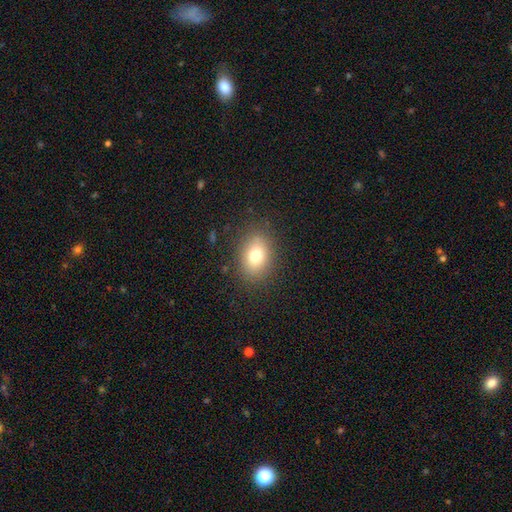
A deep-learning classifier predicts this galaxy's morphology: Smooth or featured?
  - smooth: 77% *
  - featured or disk: 12%
  - star or artifact: 11%
How rounded?
  - in between: 69% *
  - round: 30%
  - cigar-shaped: 1%
Merging?
  - none: 85% *
  - minor disturbance: 10%
  - major disturbance: 4%
  - merger: 1%